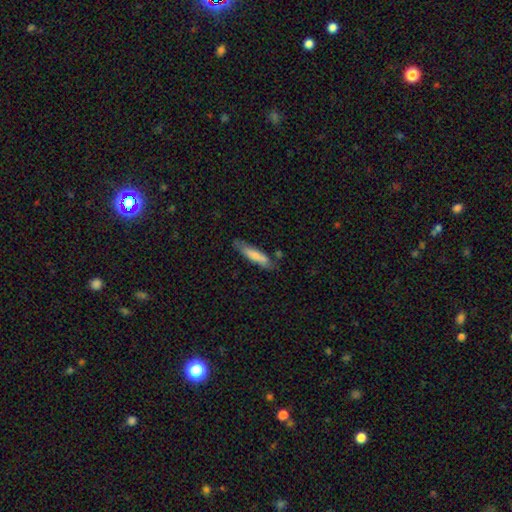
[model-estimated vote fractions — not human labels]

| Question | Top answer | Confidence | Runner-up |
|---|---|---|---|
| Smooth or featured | smooth | 74% | featured or disk (21%) |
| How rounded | cigar-shaped | 81% | in between (17%) |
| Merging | none | 71% | minor disturbance (20%) |